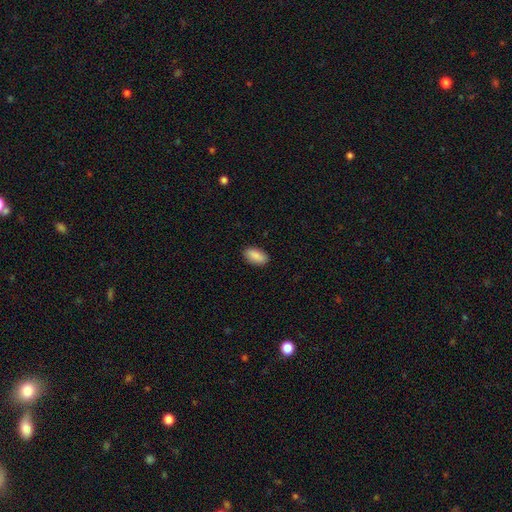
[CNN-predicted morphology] smooth 90%, star or artifact 6%, featured or disk 4%. Down the decision tree: how rounded — in between (94%); merging — none (89%).